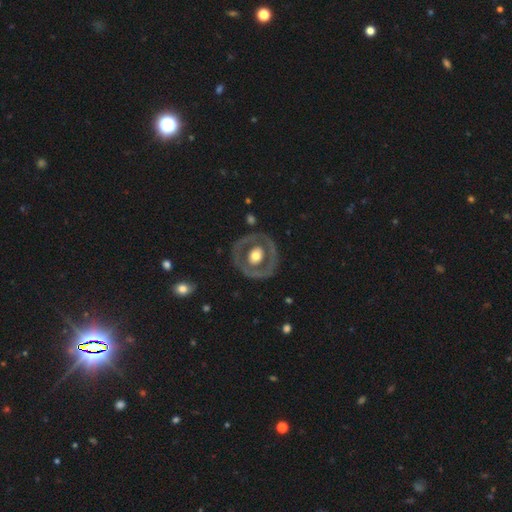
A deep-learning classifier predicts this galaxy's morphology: Smooth or featured?
  - featured or disk: 62% *
  - smooth: 33%
  - star or artifact: 5%
Edge-on disk?
  - no: 94% *
  - yes: 6%
Bar?
  - no: 84% *
  - weak: 11%
  - strong: 5%
Spiral arms?
  - no: 87% *
  - yes: 13%
Bulge size?
  - moderate: 54% *
  - large: 38%
  - small: 4%
  - dominant: 3%
  - none: 1%
Merging?
  - none: 79% *
  - minor disturbance: 12%
  - major disturbance: 7%
  - merger: 2%